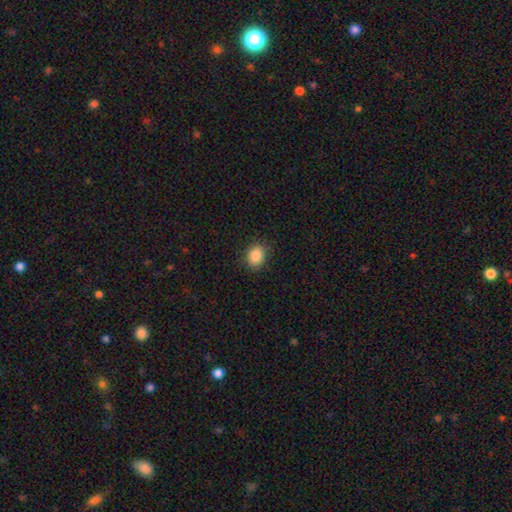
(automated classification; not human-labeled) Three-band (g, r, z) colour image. It shows a smooth galaxy with no disk features (86%) that is in between round and cigar-shaped (57%). Merging: none (88%).